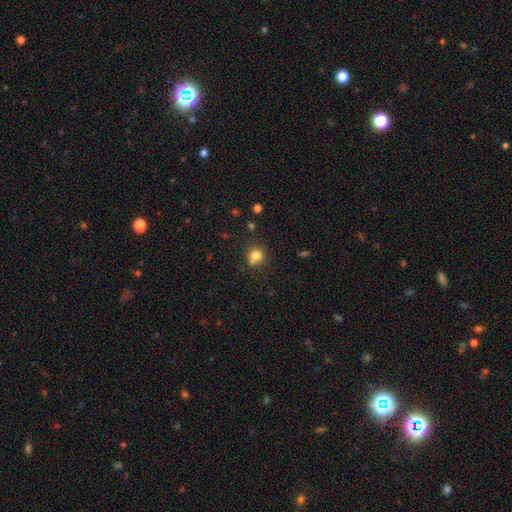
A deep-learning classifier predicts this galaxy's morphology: Smooth or featured? smooth (80%)
How rounded? round (84%)
Merging? none (66%)